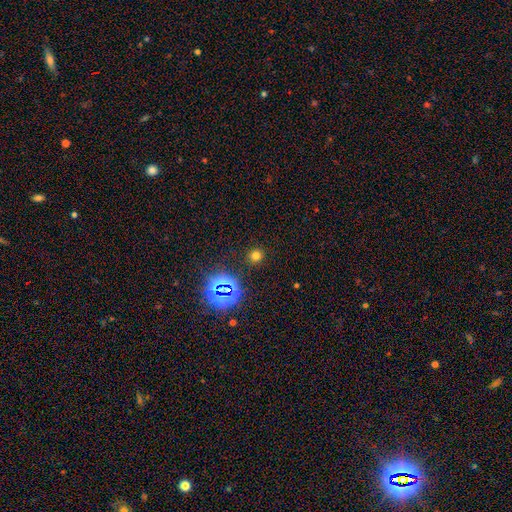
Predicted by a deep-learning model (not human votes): smooth_or_featured: smooth (p=0.68) [alt: star or artifact p=0.26]
how_rounded: round (p=0.88) [alt: in between p=0.11]
merging: none (p=0.89) [alt: minor disturbance p=0.06]